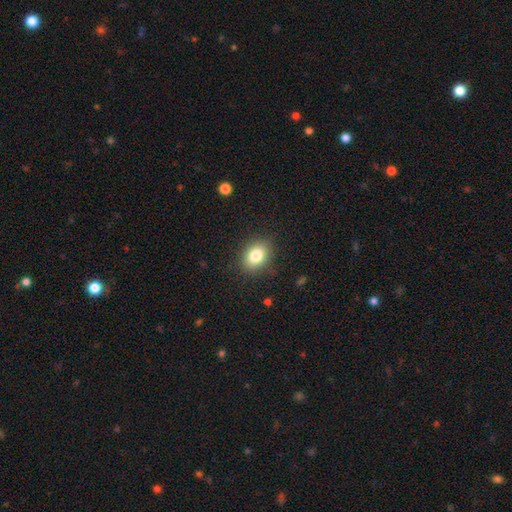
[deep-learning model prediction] Smooth or featured?
  - smooth: 82% *
  - star or artifact: 10%
  - featured or disk: 8%
How rounded?
  - in between: 64% *
  - round: 35%
  - cigar-shaped: 1%
Merging?
  - none: 85% *
  - minor disturbance: 11%
  - major disturbance: 3%
  - merger: 1%